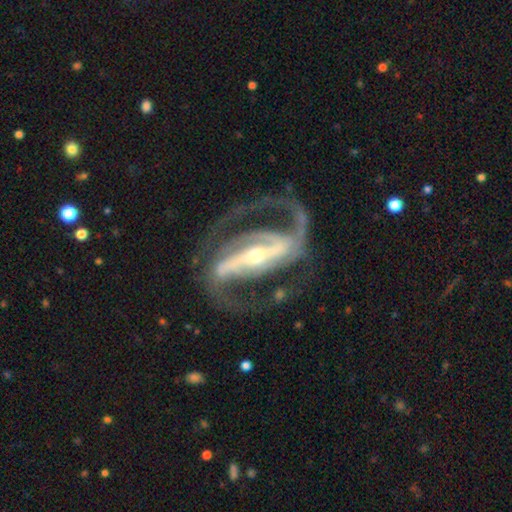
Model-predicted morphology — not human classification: This appears to be a featured or disk galaxy (93%) with a strong bar (77%), 2 (90%) medium (58%) spiral arms (98%) and a small central bulge (58%). Merging: none (71%).